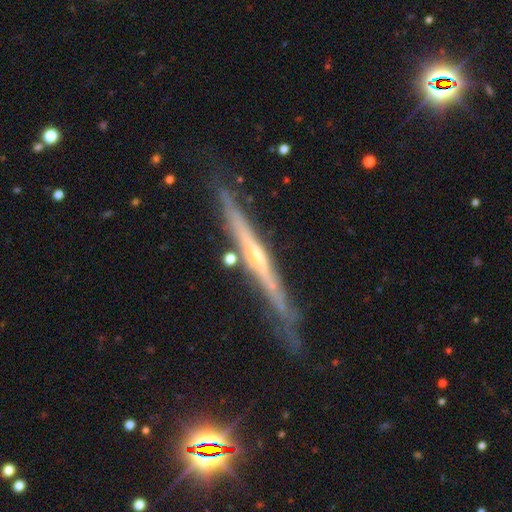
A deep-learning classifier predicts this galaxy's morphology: featured or disk 79%, smooth 14%, star or artifact 7%. Down the decision tree: edge-on disk — yes (95%); edge-on bulge — rounded (59%); merging — none (77%).